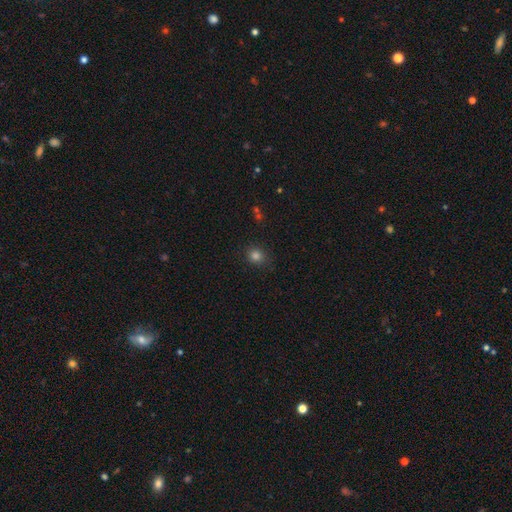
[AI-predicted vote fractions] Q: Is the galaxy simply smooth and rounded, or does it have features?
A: smooth — 81%.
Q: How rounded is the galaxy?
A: round — 80%.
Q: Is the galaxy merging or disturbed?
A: none — 85%.